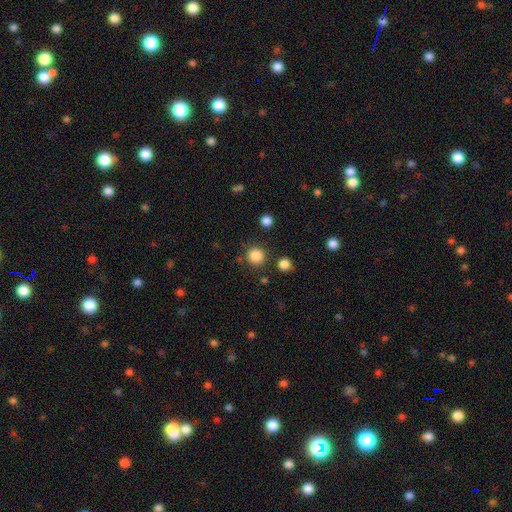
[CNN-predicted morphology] type=smooth (85%); roundness=round (94%); merging=none (85%).